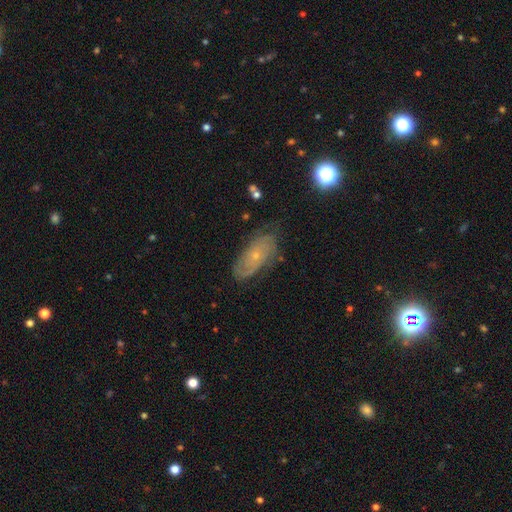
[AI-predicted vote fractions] Overall: featured or disk (65%; smooth 26%). Edge-on disk: no (92%). Bar: no (81%). Spiral arms: yes (82%). Bulge size: small (79%). Merging: none (68%).